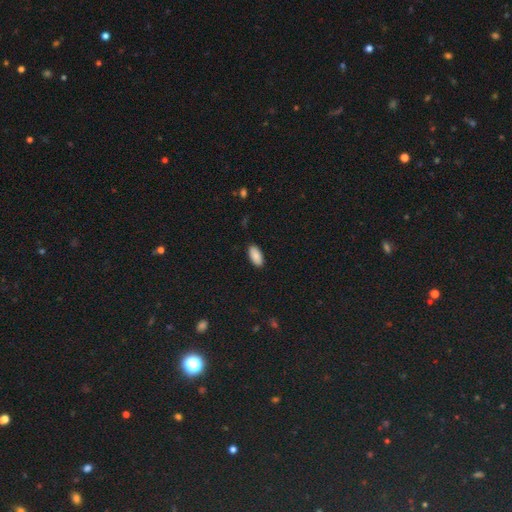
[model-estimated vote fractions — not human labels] Smooth or featured?
  - smooth: 89% *
  - star or artifact: 7%
  - featured or disk: 4%
How rounded?
  - in between: 94% *
  - cigar-shaped: 5%
  - round: 2%
Merging?
  - none: 88% *
  - minor disturbance: 9%
  - major disturbance: 2%
  - merger: 1%